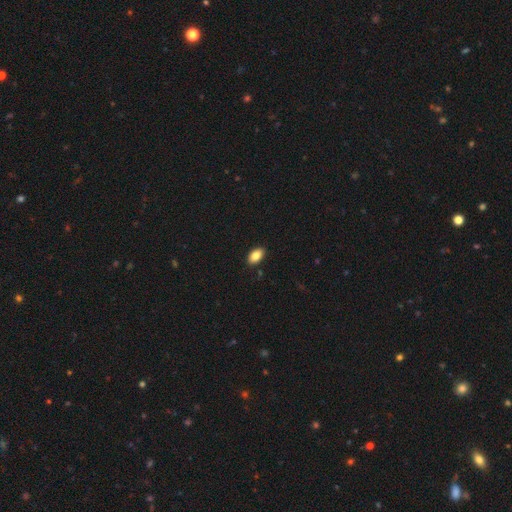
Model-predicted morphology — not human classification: The model was most divided on "smooth or featured": smooth: 86%, star or artifact: 8%, featured or disk: 7%. More confident: how rounded — in between (93%); merging — none (90%).